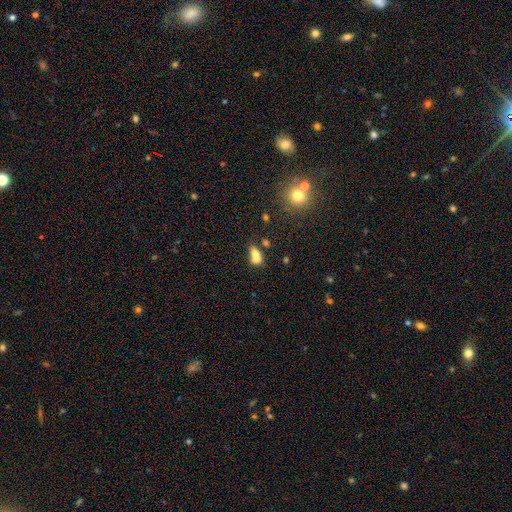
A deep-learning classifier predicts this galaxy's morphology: smooth 71%, featured or disk 18%, star or artifact 11%. Down the decision tree: how rounded — in between (70%); merging — merger (62%).